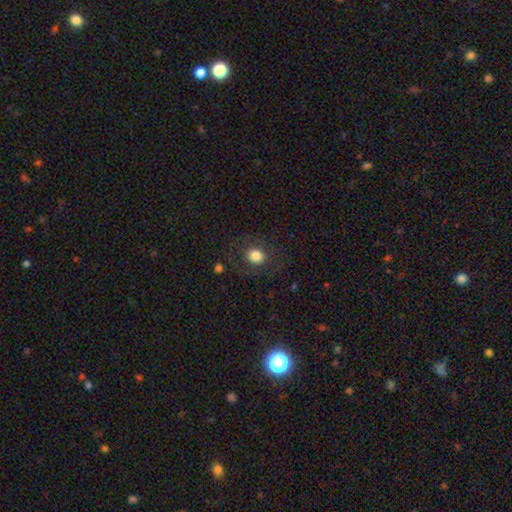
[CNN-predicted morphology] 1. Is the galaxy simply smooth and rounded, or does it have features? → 79% smooth, 11% featured or disk, 10% star or artifact.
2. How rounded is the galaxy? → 77% round, 22% in between, 1% cigar-shaped.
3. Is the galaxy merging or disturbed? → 81% none, 11% minor disturbance, 7% major disturbance, 1% merger.